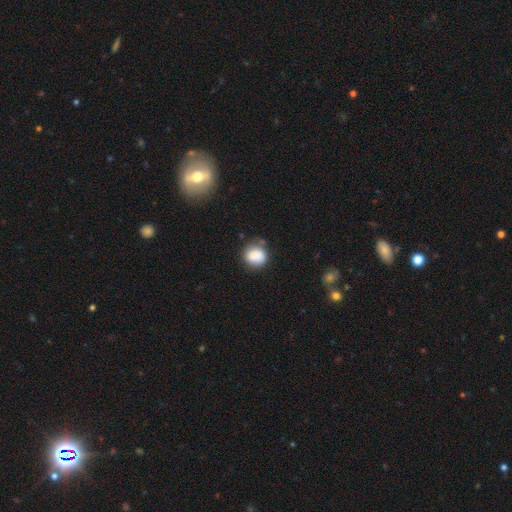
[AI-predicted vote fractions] Overall: smooth (85%). How rounded: round (78%). Merging: none (68%).